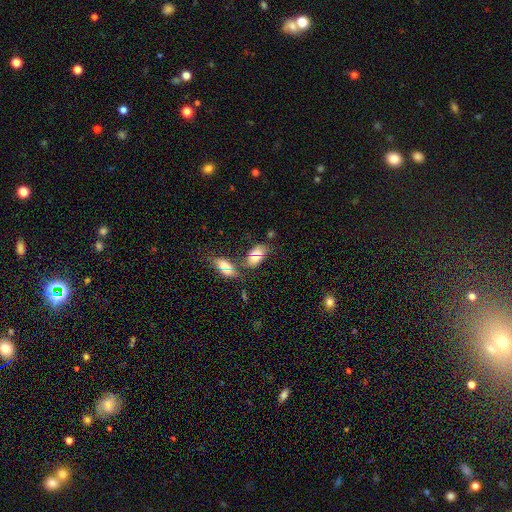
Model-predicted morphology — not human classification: A smooth galaxy with no disk features (70%) that is in between round and cigar-shaped (90%).

Vote fractions:
- Smooth or featured? smooth: 70% / featured or disk: 19% / star or artifact: 11%
- How rounded? in between: 90% / round: 6% / cigar-shaped: 4%
- Merging? none: 43% / merger: 33% / minor disturbance: 17% / major disturbance: 7%